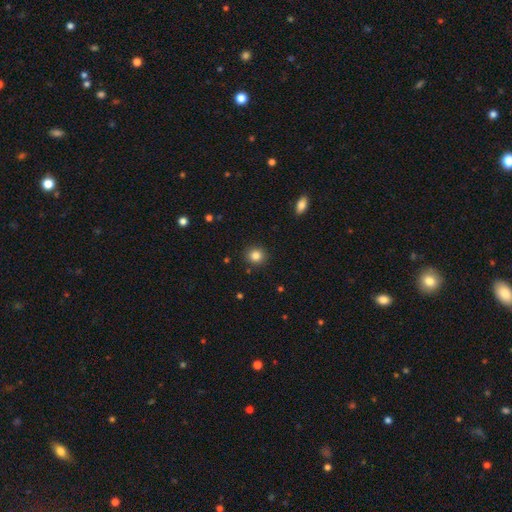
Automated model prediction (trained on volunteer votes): smooth 84%, star or artifact 11%, featured or disk 5%. Down the decision tree: how rounded — round (88%); merging — none (90%).